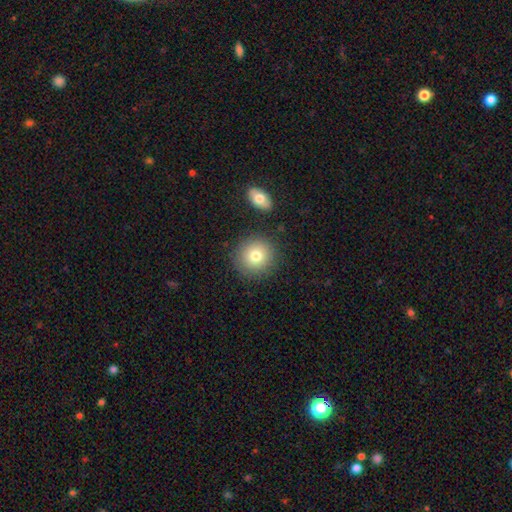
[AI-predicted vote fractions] A smooth galaxy with no disk features (77%) that is round (91%). Merging: none (84%).